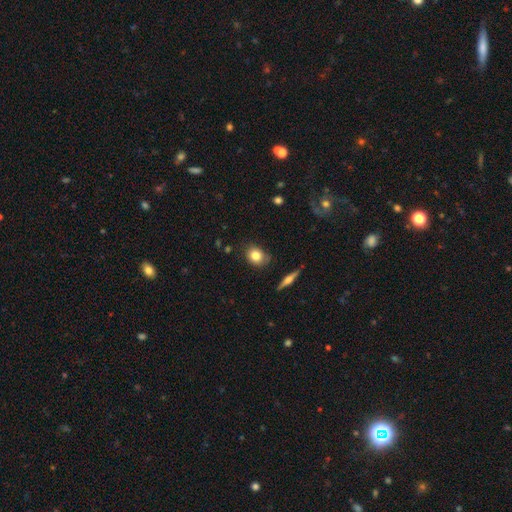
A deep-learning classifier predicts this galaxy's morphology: smooth-or-featured: smooth: 80% | featured or disk: 11% | star or artifact: 9%
  how-rounded: round: 50% | in between: 48% | cigar-shaped: 2%
  merging: none: 77% | minor disturbance: 17% | major disturbance: 3% | merger: 2%